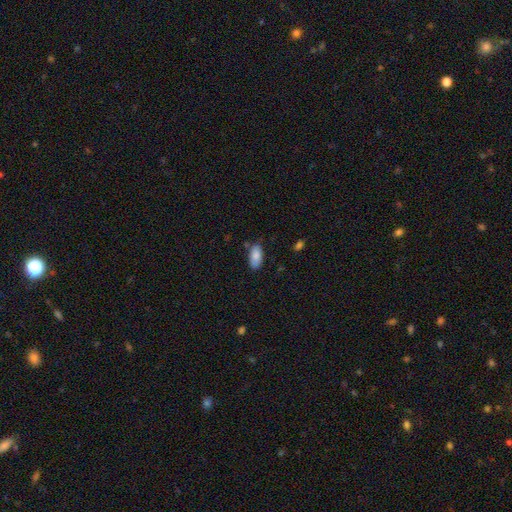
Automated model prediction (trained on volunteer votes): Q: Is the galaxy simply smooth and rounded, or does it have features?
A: smooth — 85%.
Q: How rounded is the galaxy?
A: in between — 92%.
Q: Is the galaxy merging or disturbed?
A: none — 74%.